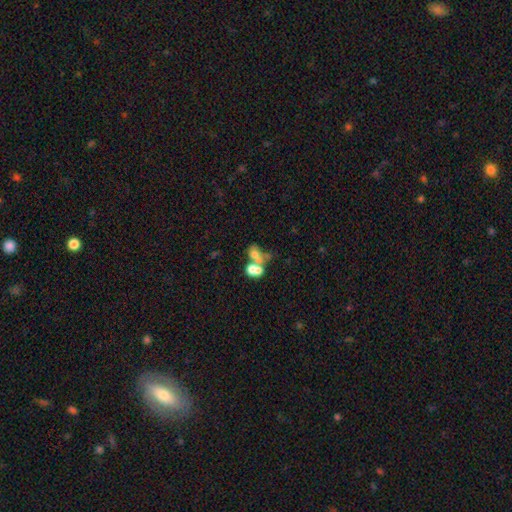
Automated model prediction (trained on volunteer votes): This is possibly a smooth galaxy (55%). How rounded: likely in between (64%). Merging: likely merger (66%).